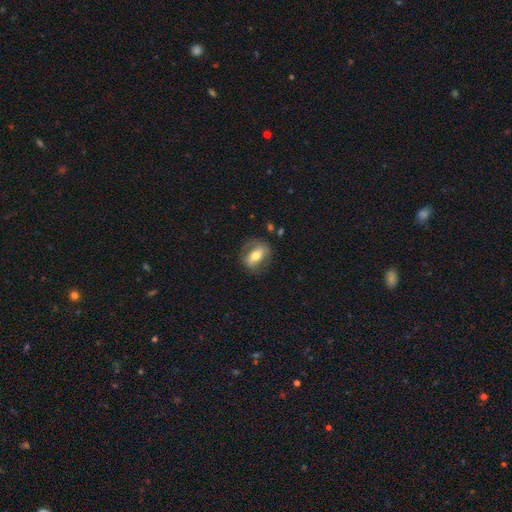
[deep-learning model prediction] Morphology: type=featured or disk (48%); merging=none (73%).